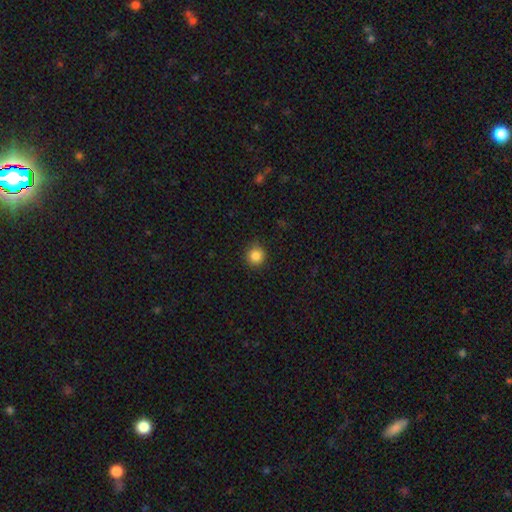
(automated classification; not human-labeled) Smooth or featured: smooth — 85% (star or artifact — 10%)
How rounded: round — 92% (in between — 7%)
Merging: none — 90% (minor disturbance — 7%)